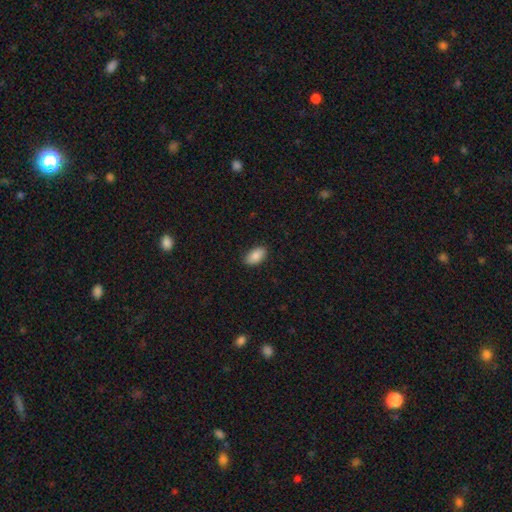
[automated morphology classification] smooth-or-featured: smooth: 88% | star or artifact: 7% | featured or disk: 5%
  how-rounded: in between: 93% | round: 4% | cigar-shaped: 2%
  merging: none: 88% | minor disturbance: 9% | major disturbance: 2% | merger: 1%